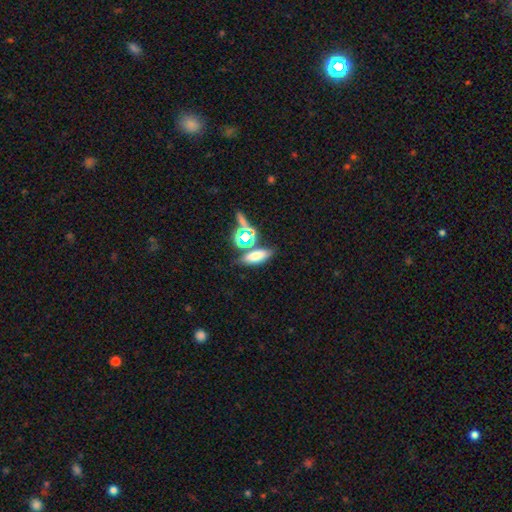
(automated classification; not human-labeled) Smooth or featured? Predicted: smooth (p=0.67). How rounded? Predicted: in between (p=0.65). Merging? Predicted: none (p=0.67).